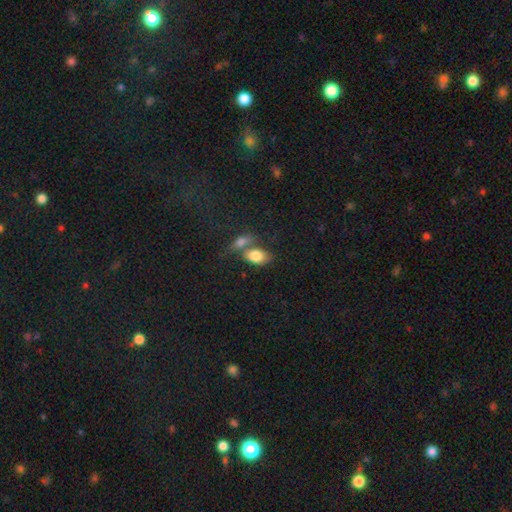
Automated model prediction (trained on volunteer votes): smooth 80%, featured or disk 12%, star or artifact 8%. Down the decision tree: how rounded — in between (87%); merging — merger (48%).